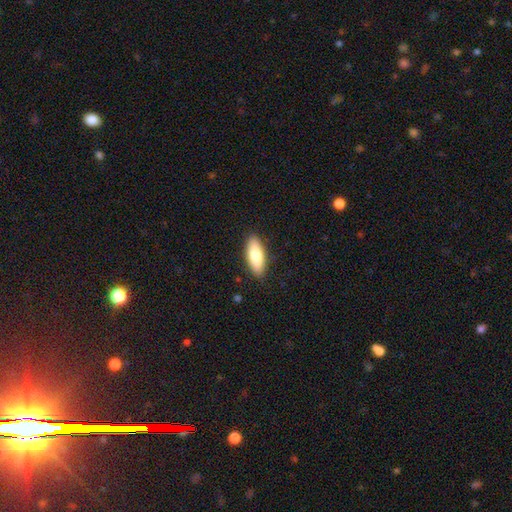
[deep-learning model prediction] Overall: smooth (80%). How rounded: in between (71%). Merging: none (88%).